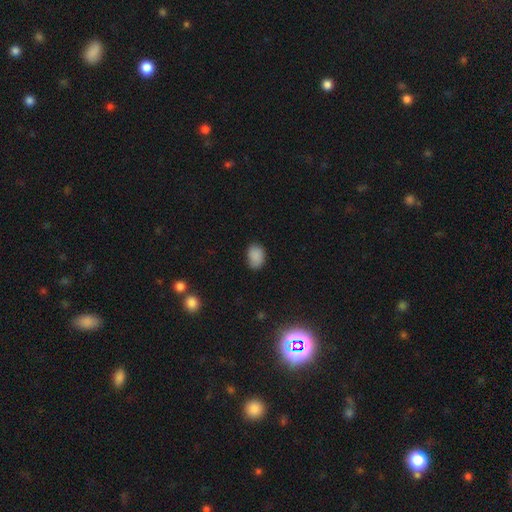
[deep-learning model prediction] Smooth or featured: smooth — 86% (star or artifact — 9%)
How rounded: in between — 74% (round — 25%)
Merging: none — 76% (minor disturbance — 19%)